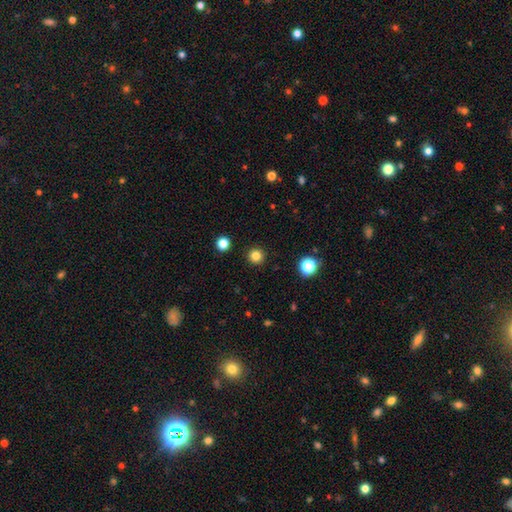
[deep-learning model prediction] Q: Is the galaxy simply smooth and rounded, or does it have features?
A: smooth — 83%.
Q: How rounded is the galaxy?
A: round — 96%.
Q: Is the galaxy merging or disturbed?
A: none — 93%.